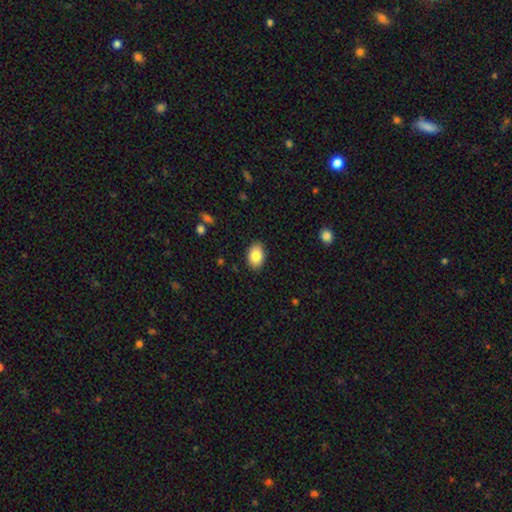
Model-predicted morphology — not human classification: Smooth or featured? Predicted: smooth (p=0.85). How rounded? Predicted: in between (p=0.86). Merging? Predicted: none (p=0.88).